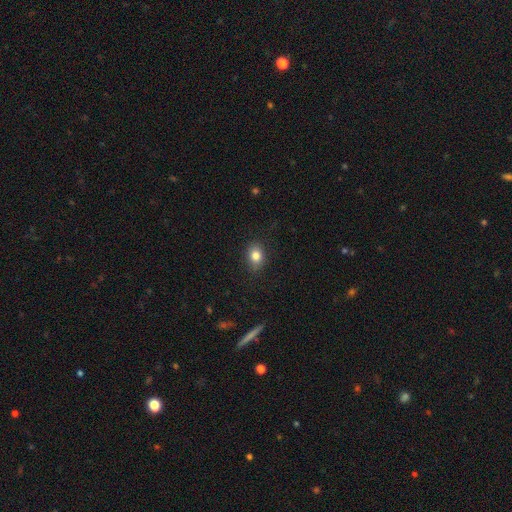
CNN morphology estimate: Smooth or featured? Predicted: smooth (p=0.82). How rounded? Predicted: in between (p=0.59). Merging? Predicted: none (p=0.85).